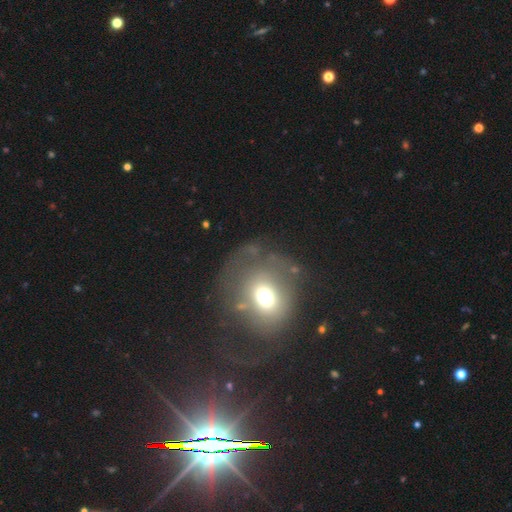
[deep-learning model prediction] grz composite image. It shows a smooth galaxy with no disk features (35%). Merging: none (64%).